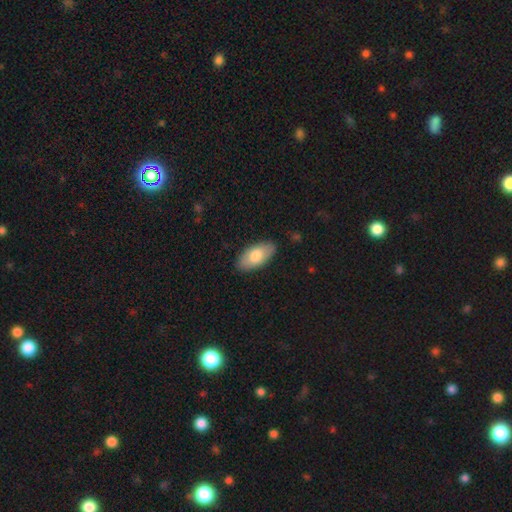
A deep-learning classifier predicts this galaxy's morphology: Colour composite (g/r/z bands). It shows a smooth galaxy with no disk features (77%) that is in between round and cigar-shaped (94%). Merging: none (86%).